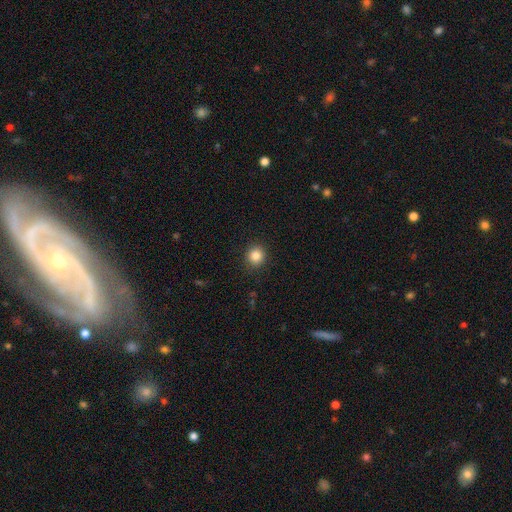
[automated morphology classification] This is clearly a smooth galaxy (84%). How rounded: clearly round (90%). Merging: clearly none (91%).